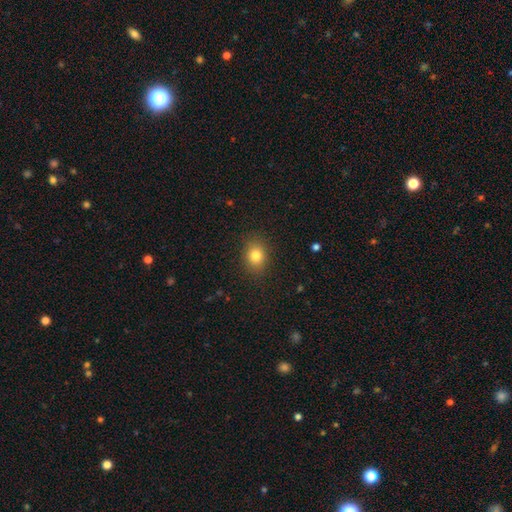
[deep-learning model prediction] Smooth or featured?
  - smooth: 81% *
  - star or artifact: 11%
  - featured or disk: 8%
How rounded?
  - in between: 53% *
  - round: 46%
  - cigar-shaped: 1%
Merging?
  - none: 87% *
  - minor disturbance: 9%
  - major disturbance: 3%
  - merger: 1%